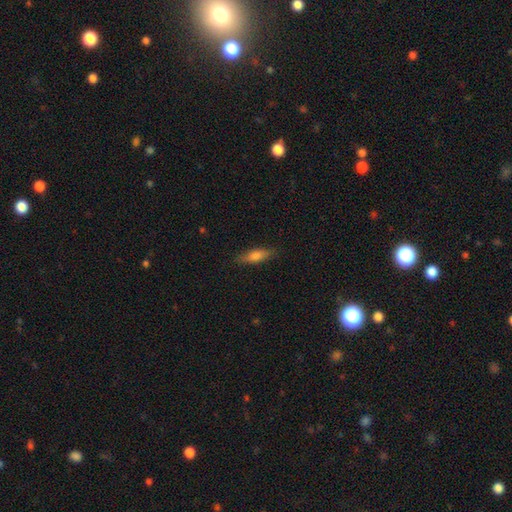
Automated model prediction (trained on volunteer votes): Smooth or featured? smooth (66%)
How rounded? cigar-shaped (53%)
Merging? none (85%)